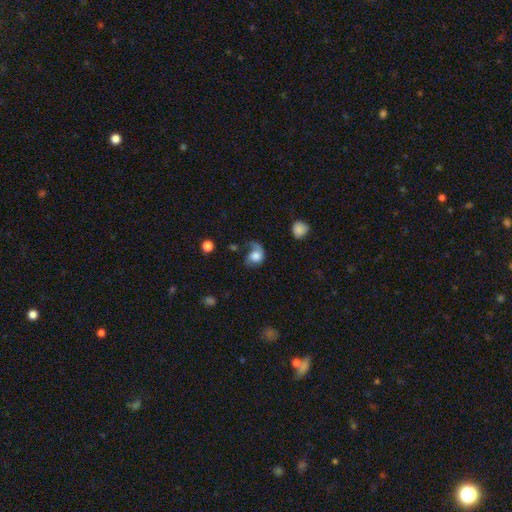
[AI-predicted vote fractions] This is possibly a smooth galaxy (56%). How rounded: possibly round (54%). Merging: marginally major disturbance (45%).